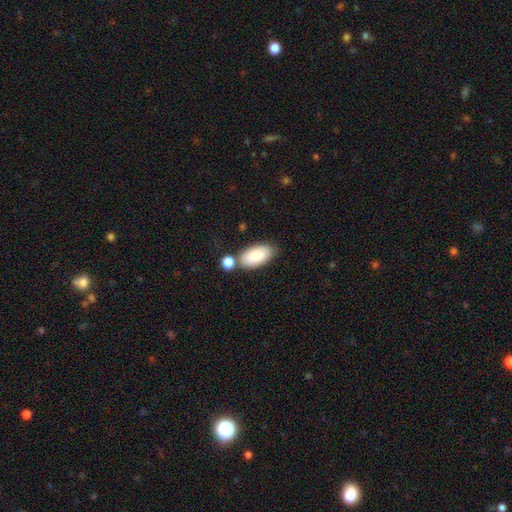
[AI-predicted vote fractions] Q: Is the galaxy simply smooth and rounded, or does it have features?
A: smooth — 83%.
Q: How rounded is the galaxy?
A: in between — 94%.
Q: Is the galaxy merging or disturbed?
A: none — 69%.